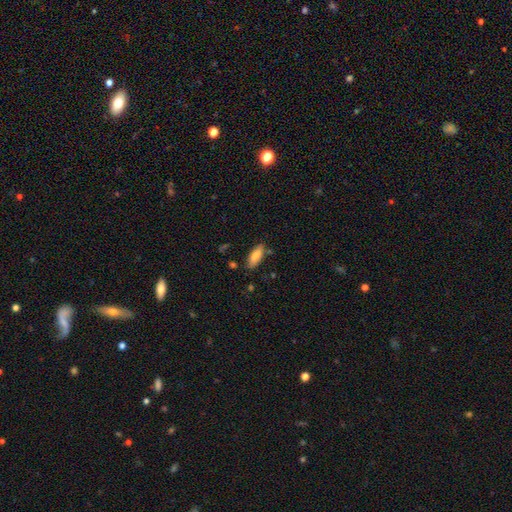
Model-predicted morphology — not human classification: Smooth or featured? smooth (79%)
How rounded? in between (72%)
Merging? none (78%)